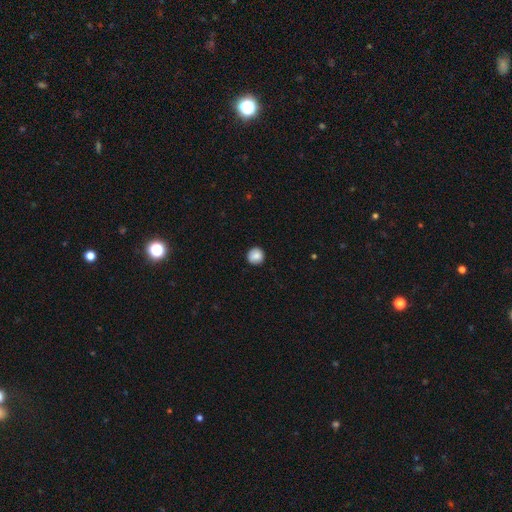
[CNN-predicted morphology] This appears to be a smooth galaxy with no disk features (86%) that is round (94%). Merging: none (90%).